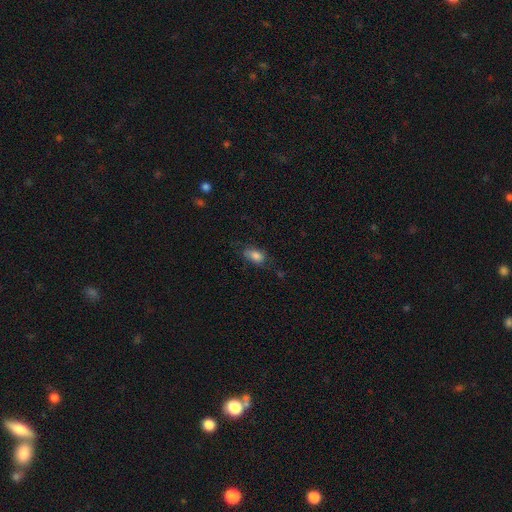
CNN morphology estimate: A smooth galaxy with no disk features (78%) that is in between round and cigar-shaped (87%).

Vote fractions:
- Smooth or featured? smooth: 78% / featured or disk: 13% / star or artifact: 9%
- How rounded? in between: 87% / round: 7% / cigar-shaped: 5%
- Merging? none: 63% / minor disturbance: 25% / major disturbance: 11% / merger: 2%